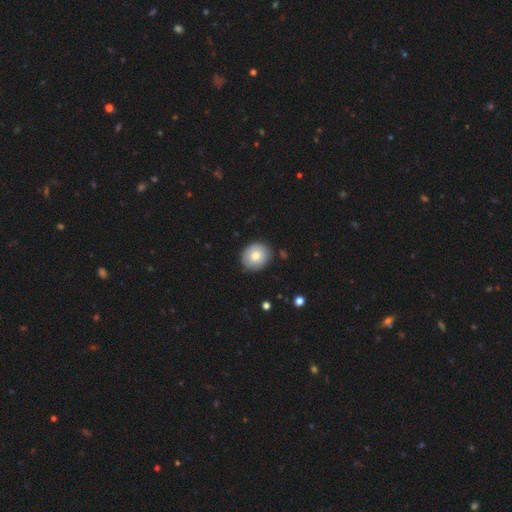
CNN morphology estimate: This is likely a smooth galaxy (75%). How rounded: likely round (77%). Merging: clearly none (86%).